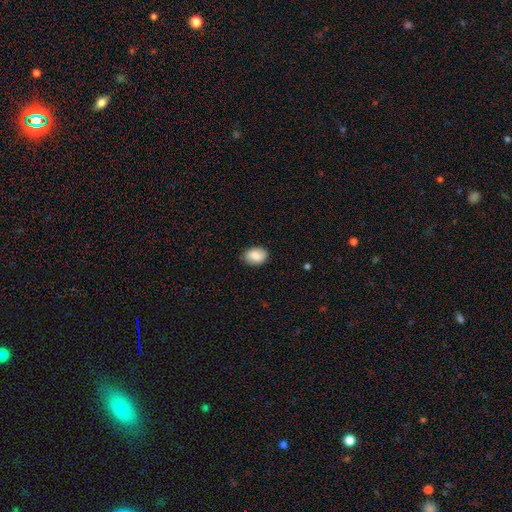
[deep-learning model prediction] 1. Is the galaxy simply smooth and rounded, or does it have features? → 84% smooth, 9% featured or disk, 7% star or artifact.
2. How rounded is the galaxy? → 80% in between, 19% round, 1% cigar-shaped.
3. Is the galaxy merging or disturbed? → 85% none, 12% minor disturbance, 2% major disturbance, 1% merger.